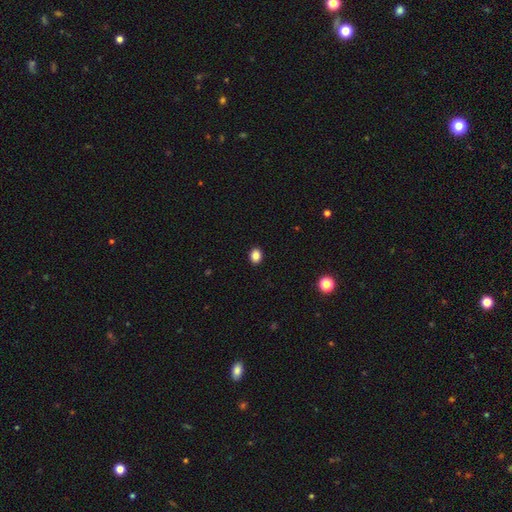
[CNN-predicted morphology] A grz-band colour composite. It shows a smooth galaxy with no disk features (86%) that is in between round and cigar-shaped (50%). Merging: none (92%).